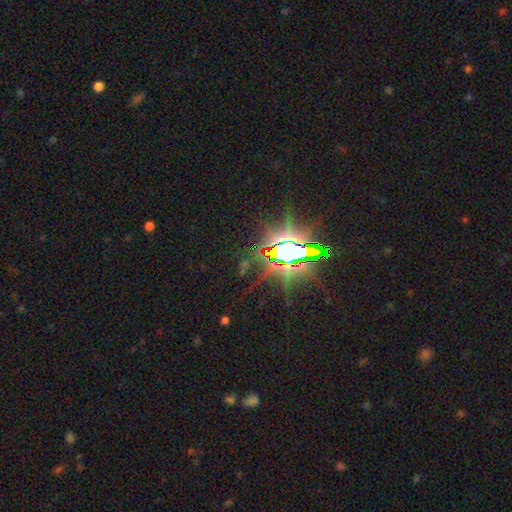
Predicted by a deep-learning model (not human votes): Overall: star or artifact (85%).